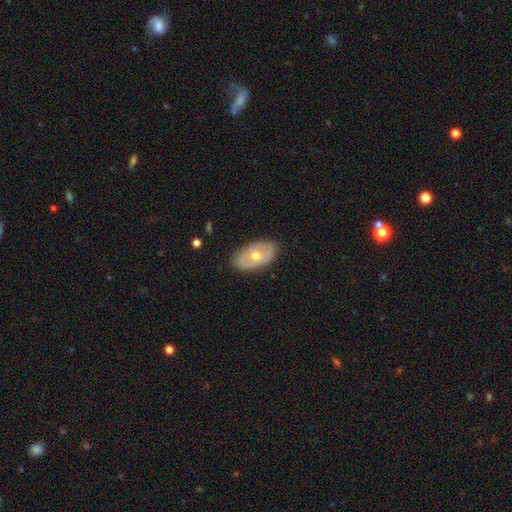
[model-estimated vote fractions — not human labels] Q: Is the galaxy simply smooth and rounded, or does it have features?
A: featured or disk — 51%.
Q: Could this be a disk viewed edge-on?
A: no — 88%.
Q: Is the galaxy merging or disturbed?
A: none — 84%.